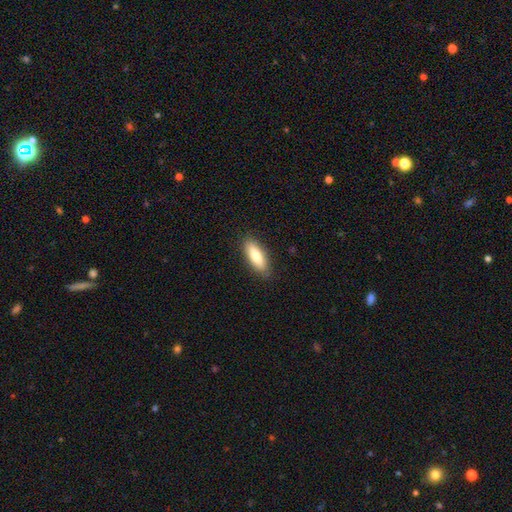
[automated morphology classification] Overall: smooth (81%). How rounded: in between (61%; cigar-shaped 38%). Merging: none (87%).